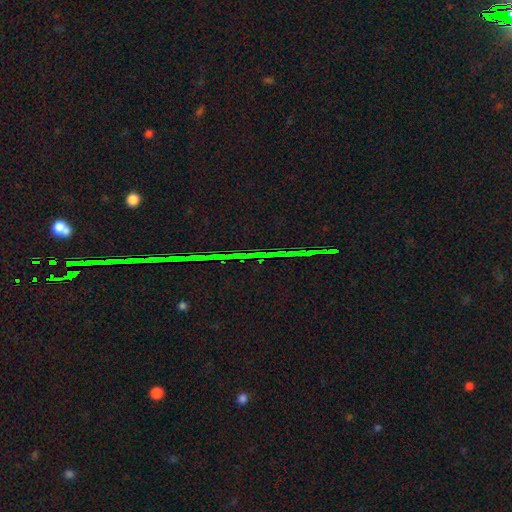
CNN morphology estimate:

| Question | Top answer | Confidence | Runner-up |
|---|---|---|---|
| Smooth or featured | star or artifact | 84% | featured or disk (8%) |